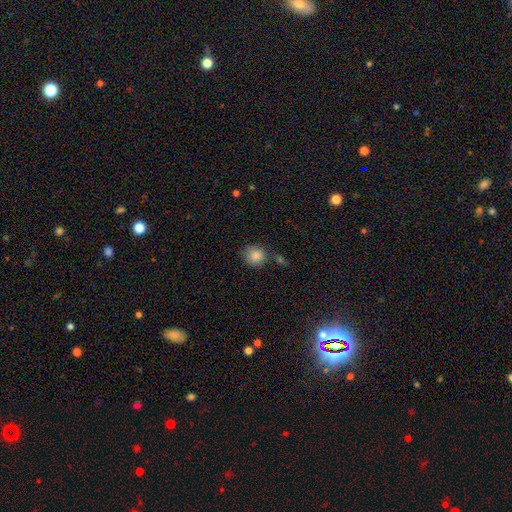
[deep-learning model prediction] Smooth or featured? smooth (86%)
How rounded? round (86%)
Merging? none (71%)